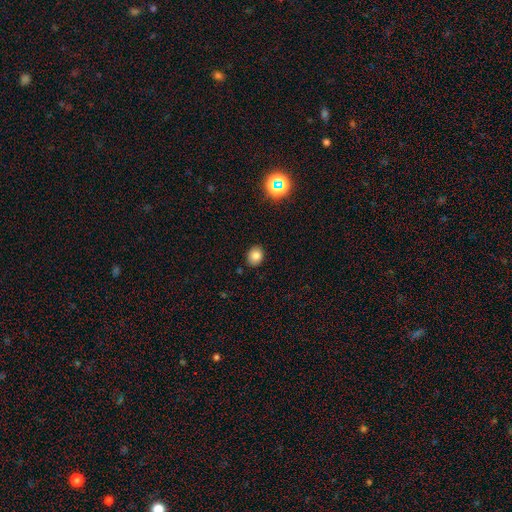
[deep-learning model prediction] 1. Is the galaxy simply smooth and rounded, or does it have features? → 81% smooth, 12% star or artifact, 8% featured or disk.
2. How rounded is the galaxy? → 50% in between, 49% round, 1% cigar-shaped.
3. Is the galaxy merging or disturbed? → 88% none, 9% minor disturbance, 2% major disturbance, 2% merger.